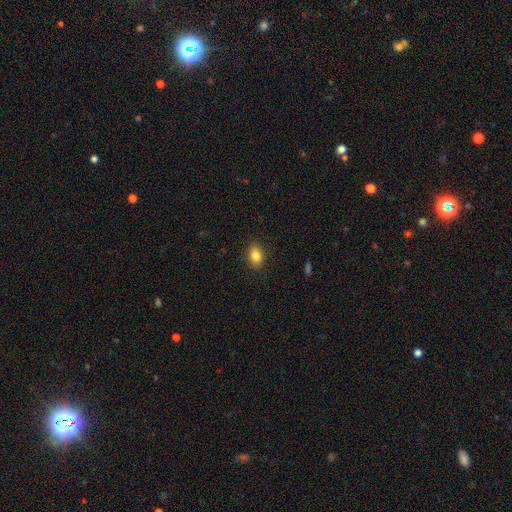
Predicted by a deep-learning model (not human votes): The model was most divided on "how rounded": in between: 78%, round: 20%, cigar-shaped: 2%. More confident: merging — none (88%); smooth or featured — smooth (83%).